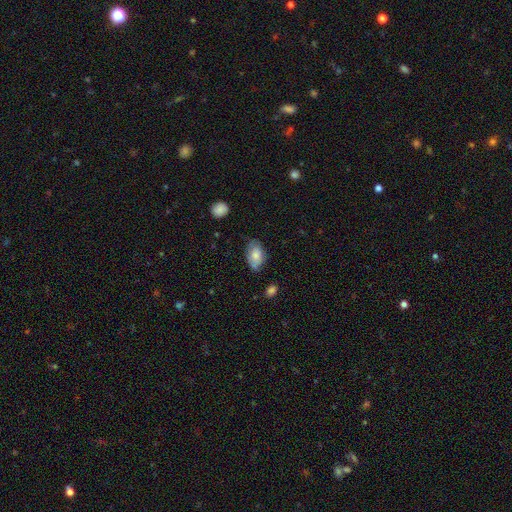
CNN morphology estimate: This is likely a smooth galaxy (74%). How rounded: clearly in between (91%). Merging: likely none (63%).